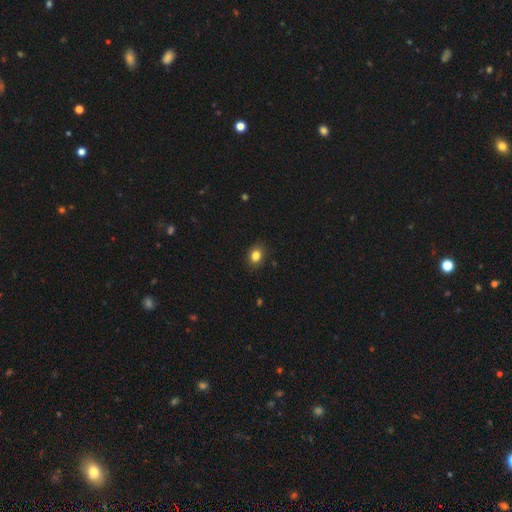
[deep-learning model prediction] Smooth or featured?
  - smooth: 82% *
  - star or artifact: 11%
  - featured or disk: 6%
How rounded?
  - in between: 51% *
  - round: 48%
  - cigar-shaped: 1%
Merging?
  - none: 86% *
  - minor disturbance: 11%
  - major disturbance: 2%
  - merger: 1%